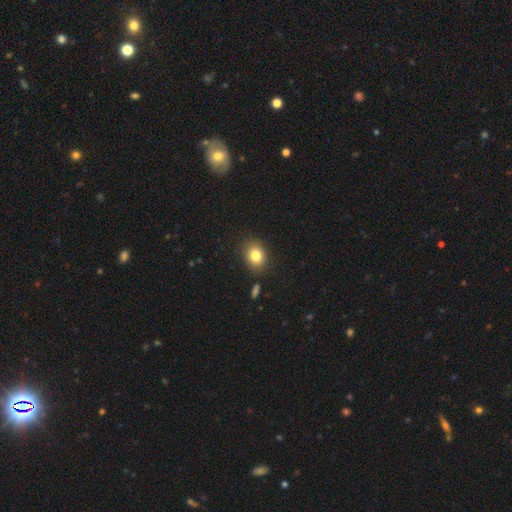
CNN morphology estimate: This appears to be a smooth galaxy with no disk features (81%) that is in between round and cigar-shaped (50%). Merging: none (84%).